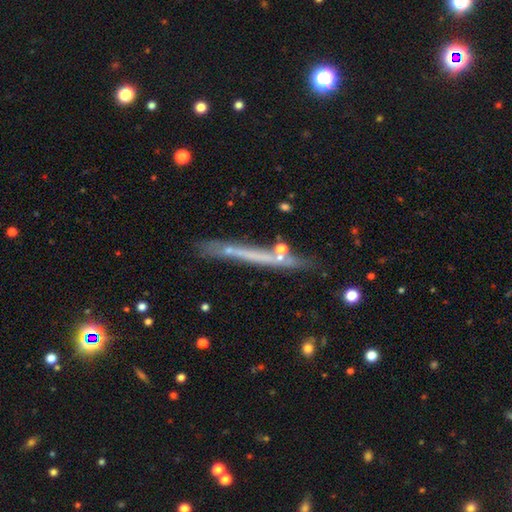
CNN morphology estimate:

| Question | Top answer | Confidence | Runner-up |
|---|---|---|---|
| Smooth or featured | featured or disk | 52% | smooth (38%) |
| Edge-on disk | yes | 92% | no (8%) |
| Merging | none | 74% | minor disturbance (16%) |